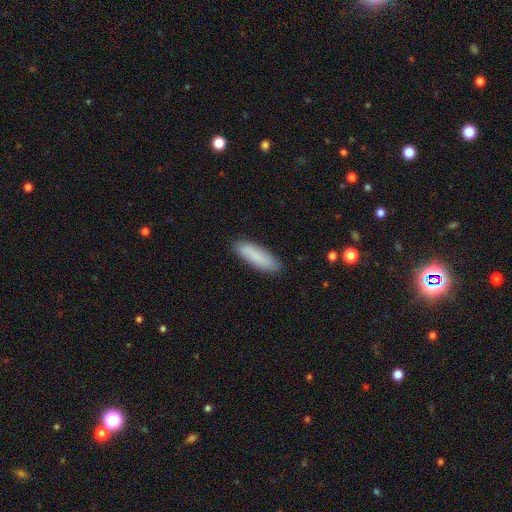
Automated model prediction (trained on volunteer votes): Q: Smooth or featured?
A: smooth (84%); runner-up: featured or disk (9%)
Q: How rounded?
A: cigar-shaped (59%); runner-up: in between (39%)
Q: Merging?
A: none (87%); runner-up: minor disturbance (10%)